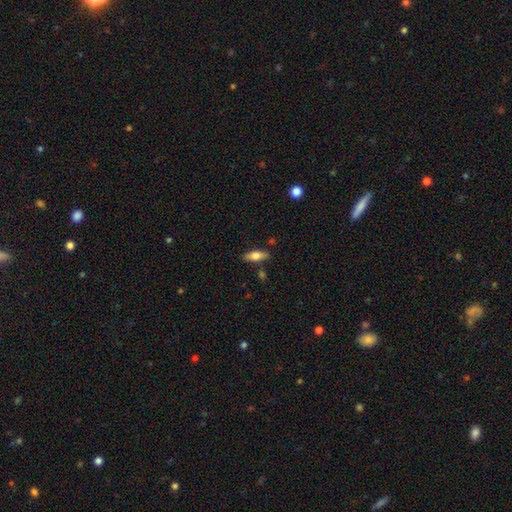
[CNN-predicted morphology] The model was most divided on "how rounded": in between: 63%, cigar-shaped: 34%, round: 3%. More confident: merging — none (81%); smooth or featured — smooth (62%).